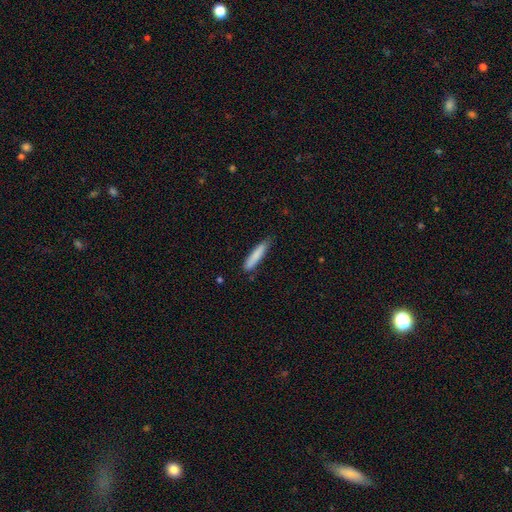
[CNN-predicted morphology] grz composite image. It shows a smooth galaxy with no disk features (83%) that is cigar-shaped (87%). Merging: none (77%).